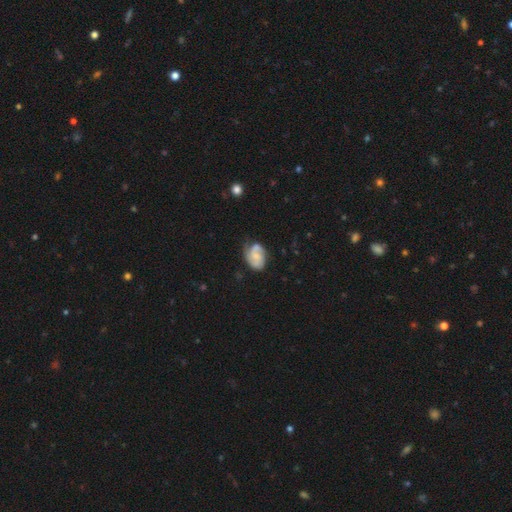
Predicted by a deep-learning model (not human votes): This appears to be a featured or disk galaxy (60%) with no bar (63%), 2 (58%) medium (41%) spiral arms (88%) and a small central bulge (45%). Merging: none (54%).